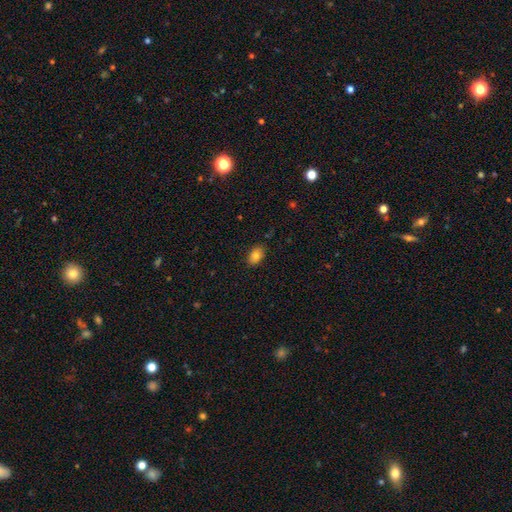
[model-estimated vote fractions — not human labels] Morphology: type=smooth (82%); roundness=in between (87%); merging=none (85%).